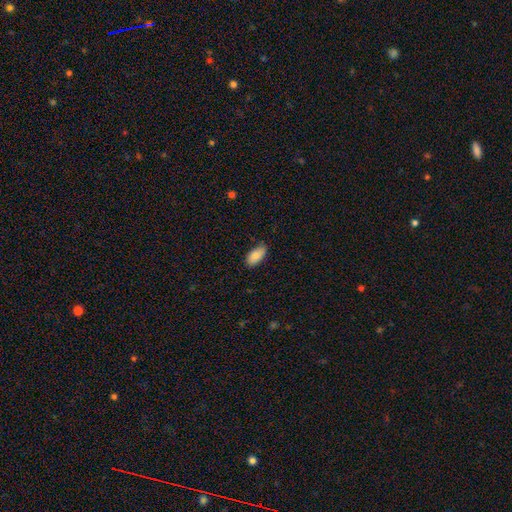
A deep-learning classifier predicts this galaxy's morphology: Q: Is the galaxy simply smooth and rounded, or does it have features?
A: smooth — 86%.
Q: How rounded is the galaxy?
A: in between — 93%.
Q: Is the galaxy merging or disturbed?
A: none — 78%.